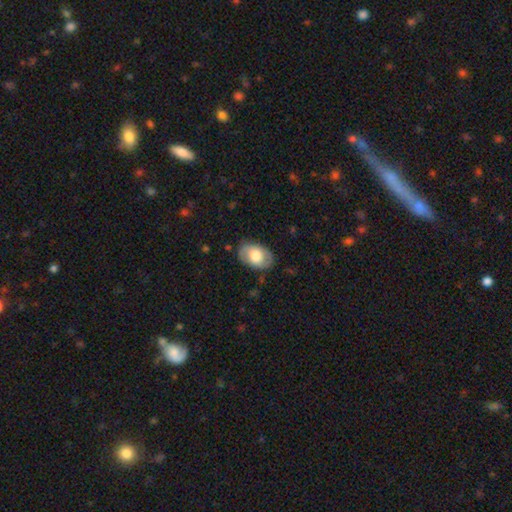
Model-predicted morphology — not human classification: smooth-or-featured: smooth: 59% | featured or disk: 35% | star or artifact: 6%
  how-rounded: in between: 87% | round: 12% | cigar-shaped: 1%
  merging: none: 82% | minor disturbance: 14% | major disturbance: 4% | merger: 1%